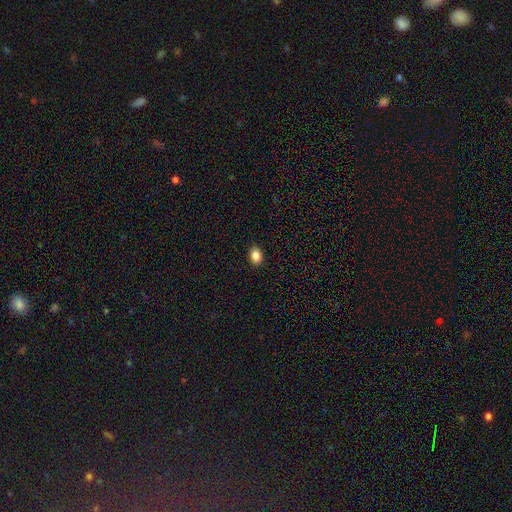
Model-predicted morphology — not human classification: smooth-or-featured: smooth: 87% | star or artifact: 9% | featured or disk: 4%
  how-rounded: in between: 76% | round: 23% | cigar-shaped: 1%
  merging: none: 90% | minor disturbance: 7% | major disturbance: 2% | merger: 1%